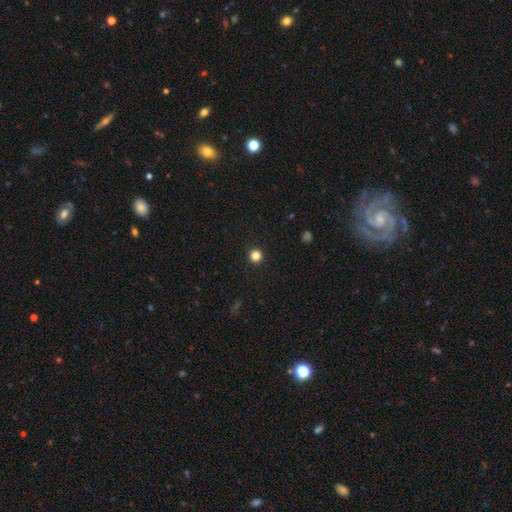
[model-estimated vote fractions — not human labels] smooth_or_featured: smooth (p=0.83) [alt: star or artifact p=0.13]
how_rounded: round (p=0.96) [alt: in between p=0.03]
merging: none (p=0.94) [alt: minor disturbance p=0.04]